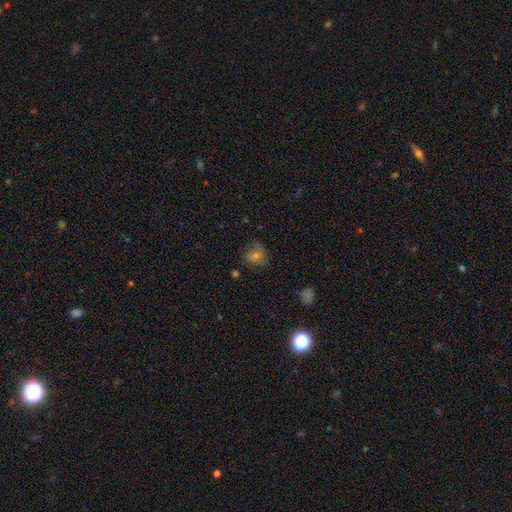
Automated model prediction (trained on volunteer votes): smooth-or-featured: smooth: 50% | featured or disk: 25% | star or artifact: 25%
  merging: none: 66% | minor disturbance: 21% | major disturbance: 11% | merger: 2%